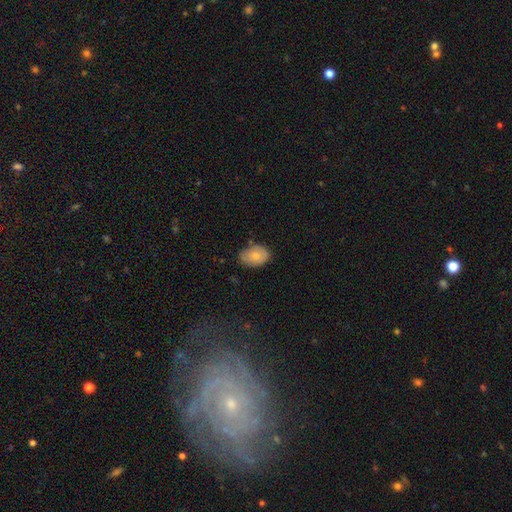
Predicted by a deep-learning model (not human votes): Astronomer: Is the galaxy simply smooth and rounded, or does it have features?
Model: smooth — 74%.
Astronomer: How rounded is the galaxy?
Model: in between — 82%.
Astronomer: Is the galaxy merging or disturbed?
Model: none — 70%.